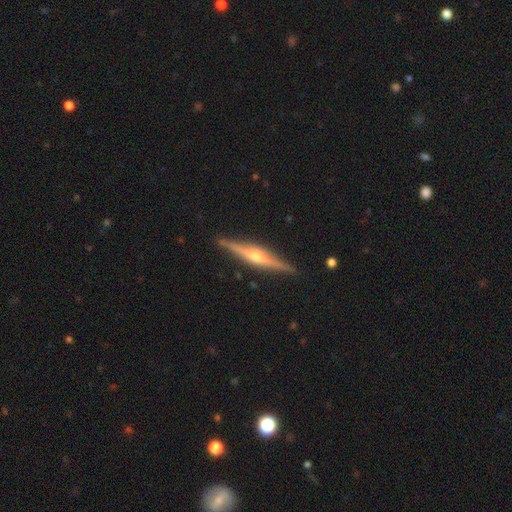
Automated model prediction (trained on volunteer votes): smooth_or_featured: featured or disk (p=0.82) [alt: smooth p=0.13]
disk_edge_on: yes (p=0.98) [alt: no p=0.02]
edge_on_bulge: rounded (p=0.84) [alt: boxy p=0.10]
merging: none (p=0.90) [alt: minor disturbance p=0.07]